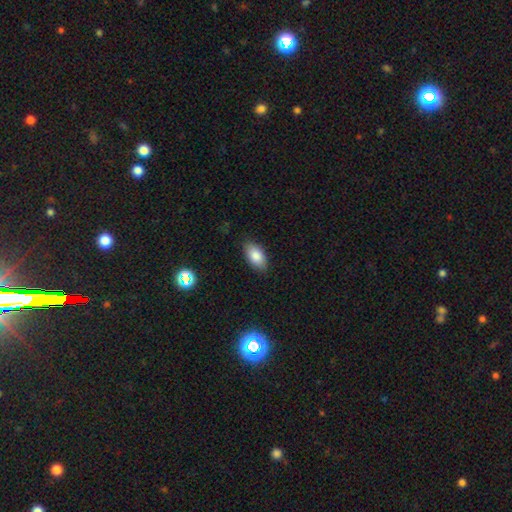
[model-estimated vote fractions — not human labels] smooth-or-featured: smooth: 84% | featured or disk: 8% | star or artifact: 8%
  how-rounded: in between: 93% | round: 4% | cigar-shaped: 3%
  merging: none: 85% | minor disturbance: 11% | major disturbance: 2% | merger: 1%